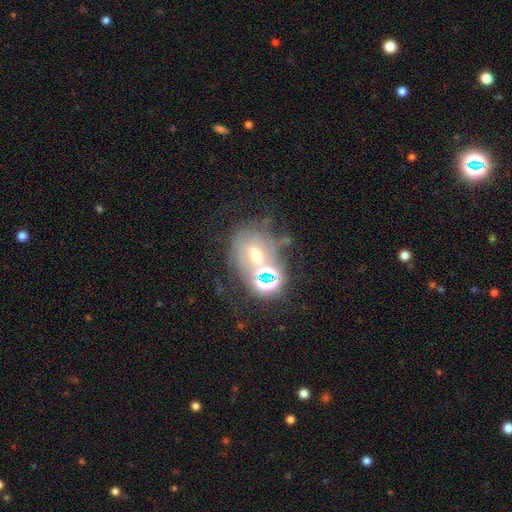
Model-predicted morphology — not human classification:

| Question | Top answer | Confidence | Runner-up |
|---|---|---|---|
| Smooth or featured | featured or disk | 42% | star or artifact (35%) |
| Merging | none | 44% | merger (25%) |